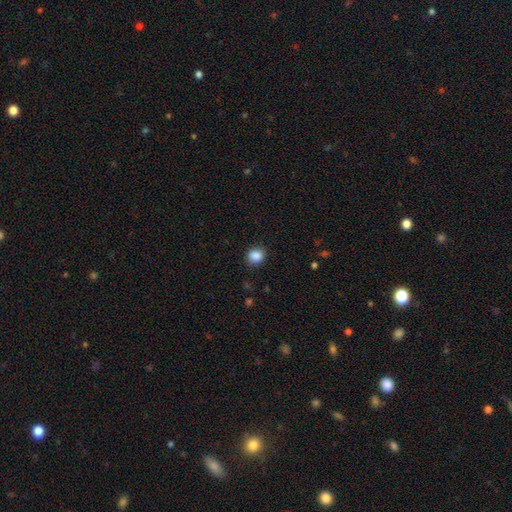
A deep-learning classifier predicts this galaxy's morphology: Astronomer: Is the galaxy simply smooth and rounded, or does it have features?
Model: smooth — 87%.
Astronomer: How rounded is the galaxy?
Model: round — 69%.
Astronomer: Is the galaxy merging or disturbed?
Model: none — 83%.